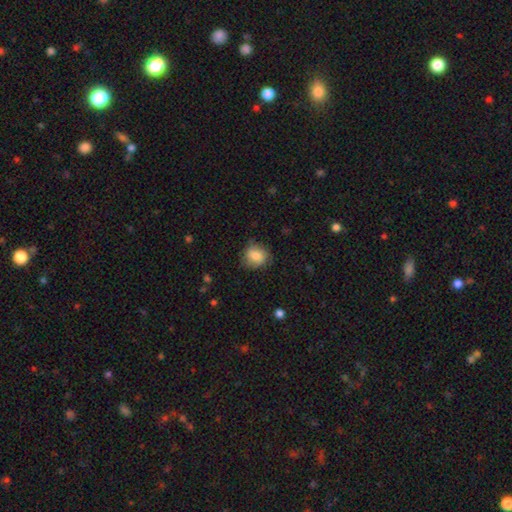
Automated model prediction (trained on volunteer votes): smooth 79%, featured or disk 13%, star or artifact 8%. Down the decision tree: how rounded — round (75%); merging — none (70%).